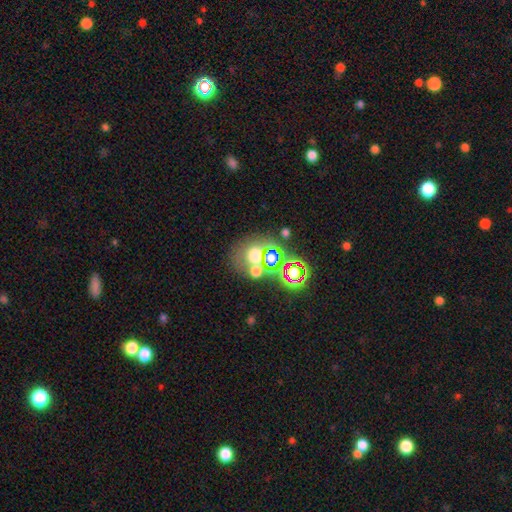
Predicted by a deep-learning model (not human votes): smooth 53%, star or artifact 32%, featured or disk 15%. Down the decision tree: how rounded — round (74%); merging — none (52%).